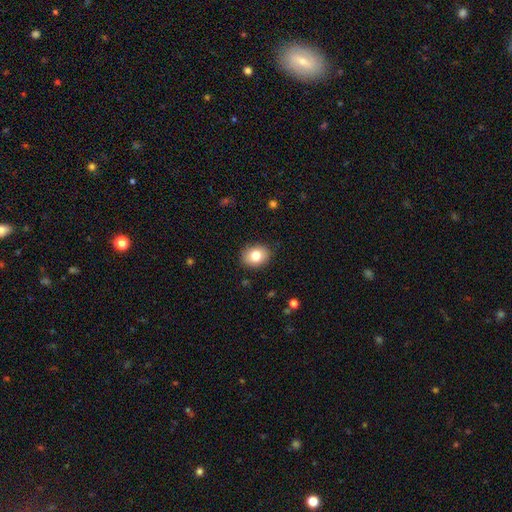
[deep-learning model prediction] smooth-or-featured: smooth: 79% | featured or disk: 12% | star or artifact: 9%
  how-rounded: in between: 52% | round: 47% | cigar-shaped: 1%
  merging: none: 88% | minor disturbance: 9% | major disturbance: 2% | merger: 1%